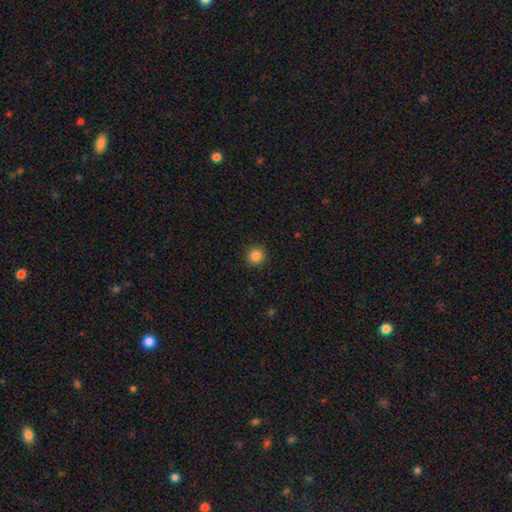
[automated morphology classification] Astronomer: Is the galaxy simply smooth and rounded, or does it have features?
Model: smooth — 86%.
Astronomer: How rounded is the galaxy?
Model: round — 94%.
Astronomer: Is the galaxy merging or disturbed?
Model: none — 91%.